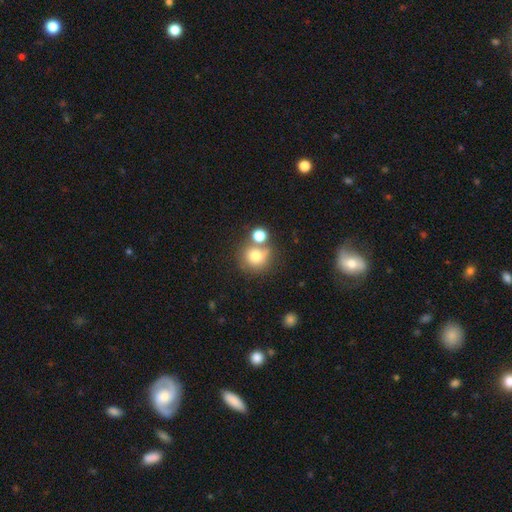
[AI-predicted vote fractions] Smooth or featured: smooth — 74% (star or artifact — 13%)
How rounded: round — 87% (in between — 12%)
Merging: none — 51% (merger — 33%)